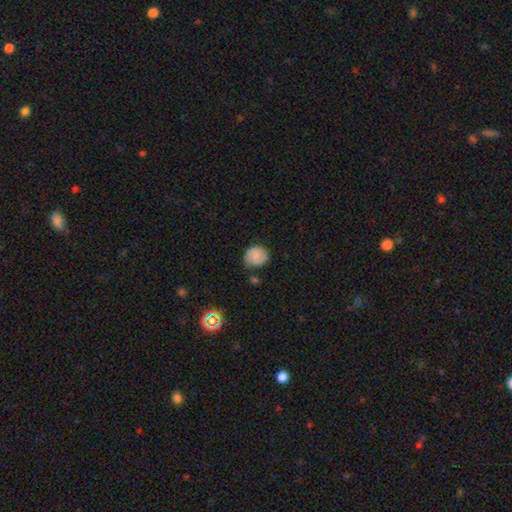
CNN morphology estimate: Smooth or featured? smooth (80%)
How rounded? round (74%)
Merging? none (68%)